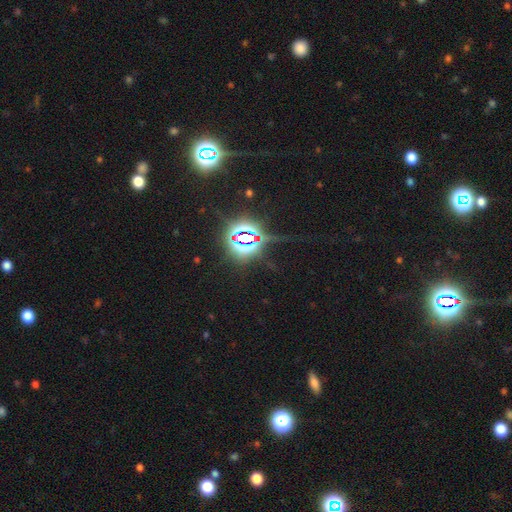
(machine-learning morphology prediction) Smooth or featured? star or artifact (80%)